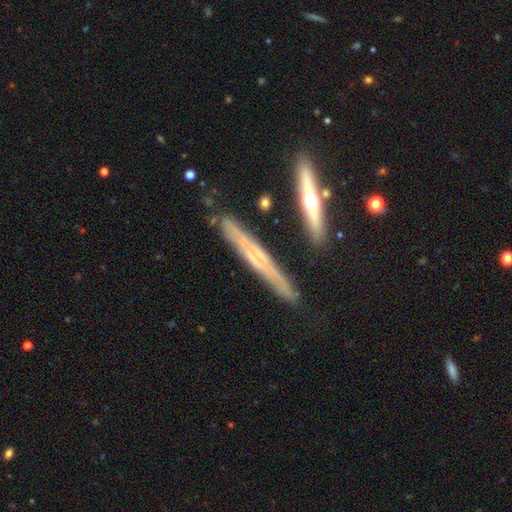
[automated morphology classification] Smooth or featured? featured or disk (64%)
Edge-on disk? yes (87%)
Edge-on bulge? none (58%)
Merging? none (77%)